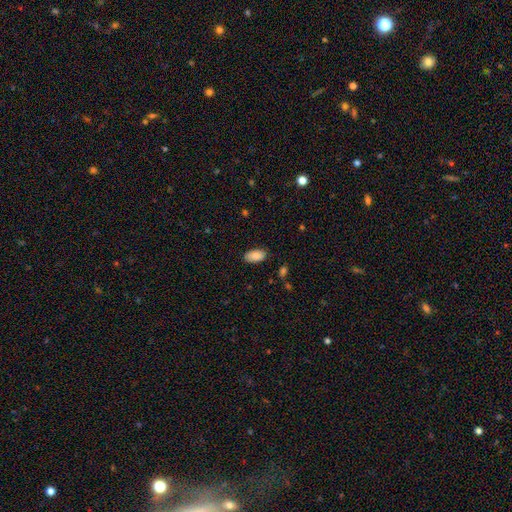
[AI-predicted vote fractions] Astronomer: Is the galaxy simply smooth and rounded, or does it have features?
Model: smooth — 88%.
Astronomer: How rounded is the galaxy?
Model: in between — 95%.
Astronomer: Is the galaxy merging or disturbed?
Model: none — 84%.